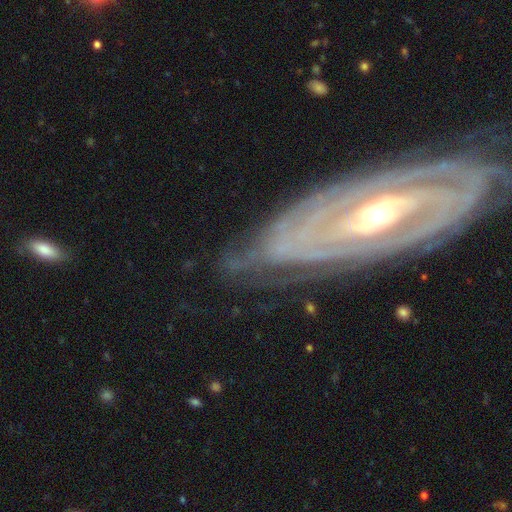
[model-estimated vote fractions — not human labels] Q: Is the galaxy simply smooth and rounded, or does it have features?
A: featured or disk — 85%.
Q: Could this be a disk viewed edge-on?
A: no — 84%.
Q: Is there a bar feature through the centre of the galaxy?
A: no — 50%.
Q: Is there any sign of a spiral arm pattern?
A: yes — 86%.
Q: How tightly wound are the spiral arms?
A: tight — 78%.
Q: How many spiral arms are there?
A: can't tell — 42%.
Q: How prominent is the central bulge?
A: moderate — 56%.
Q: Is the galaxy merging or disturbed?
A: none — 75%.